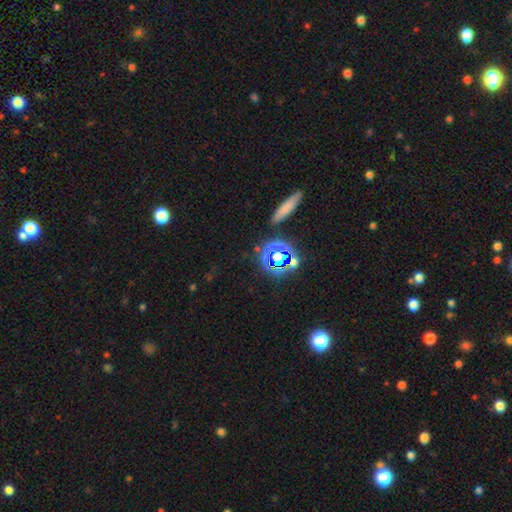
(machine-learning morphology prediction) smooth_or_featured: star or artifact (p=0.60) [alt: smooth p=0.28]